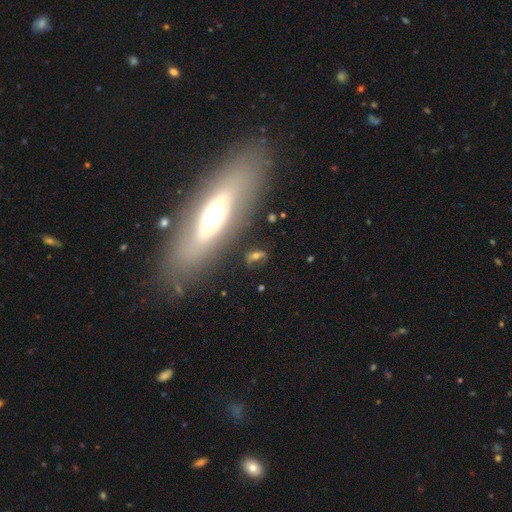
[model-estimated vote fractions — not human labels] smooth 42%, featured or disk 38%, star or artifact 20%. Down the decision tree: merging — none (70%).